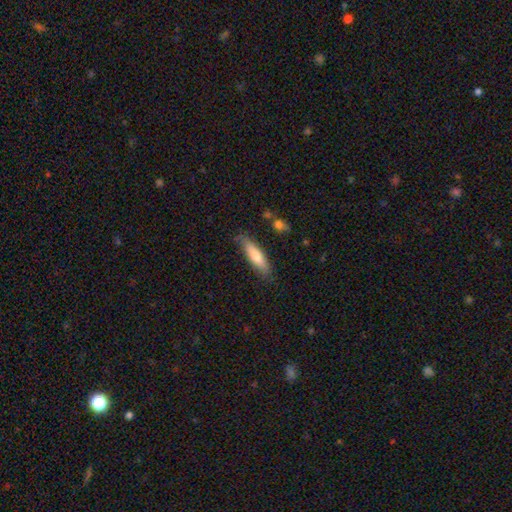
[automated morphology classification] Smooth or featured? smooth (74%)
How rounded? cigar-shaped (67%)
Merging? none (78%)